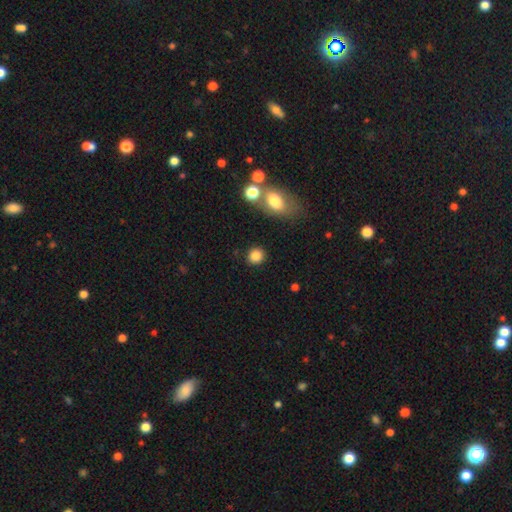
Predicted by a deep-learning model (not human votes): The model was most divided on "how rounded": round: 87%, in between: 12%, cigar-shaped: 1%. More confident: merging — none (87%); smooth or featured — smooth (85%).